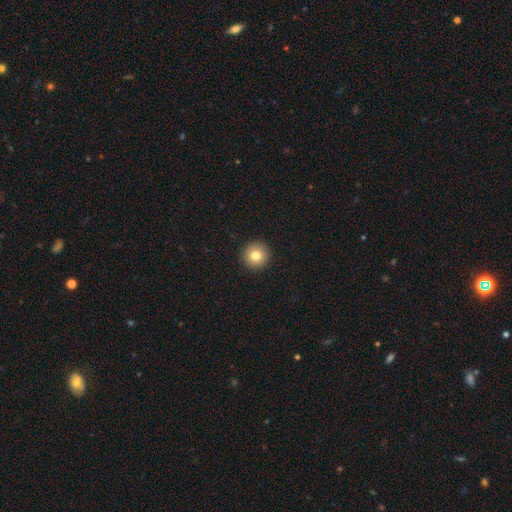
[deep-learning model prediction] smooth-or-featured: smooth: 79% | star or artifact: 11% | featured or disk: 10%
  how-rounded: round: 96% | in between: 3% | cigar-shaped: 1%
  merging: none: 94% | minor disturbance: 4% | major disturbance: 1% | merger: 1%